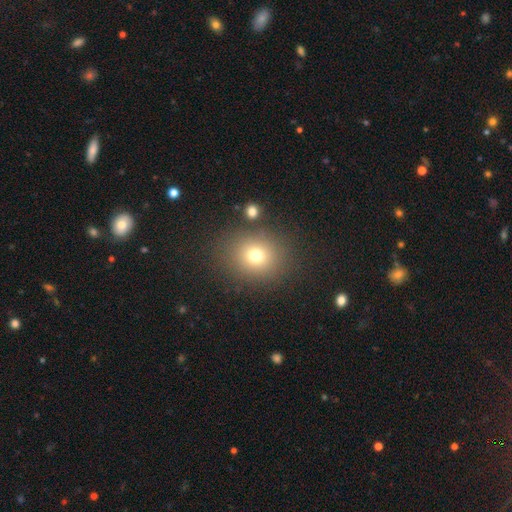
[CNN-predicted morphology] smooth-or-featured: smooth: 73% | star or artifact: 17% | featured or disk: 11%
  how-rounded: round: 73% | in between: 27% | cigar-shaped: 1%
  merging: none: 81% | minor disturbance: 9% | major disturbance: 5% | merger: 5%